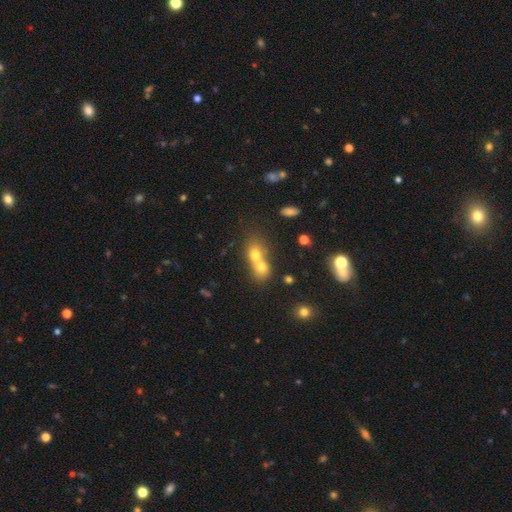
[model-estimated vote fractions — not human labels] Smooth or featured? smooth (66%)
How rounded? round (55%)
Merging? merger (70%)